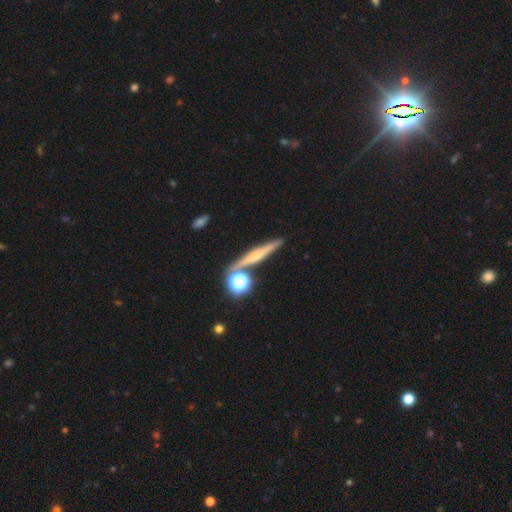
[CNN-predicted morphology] Smooth or featured? Predicted: featured or disk (p=0.51). Edge-on disk? Predicted: yes (p=0.93). Merging? Predicted: none (p=0.80).